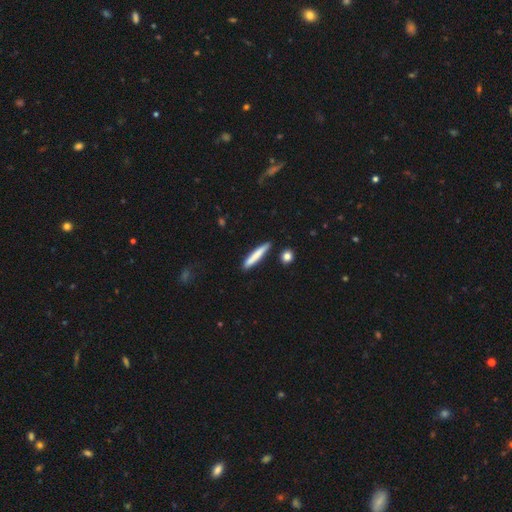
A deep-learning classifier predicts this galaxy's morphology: smooth 75%, featured or disk 19%, star or artifact 6%. Down the decision tree: how rounded — cigar-shaped (94%); merging — none (86%).